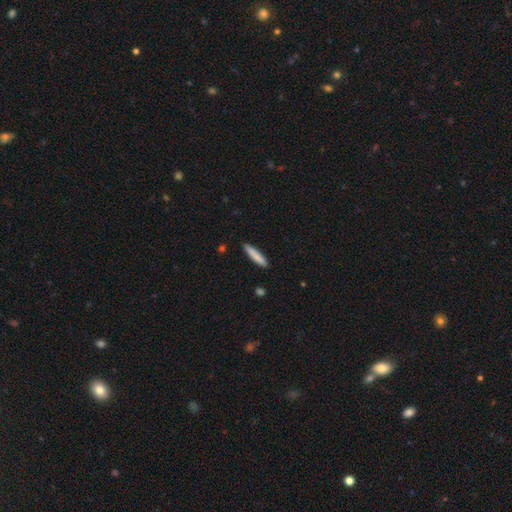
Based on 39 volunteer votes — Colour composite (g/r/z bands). It shows a smooth galaxy with no disk features (90%) that is cigar-shaped (91%). Merging: none (92%).